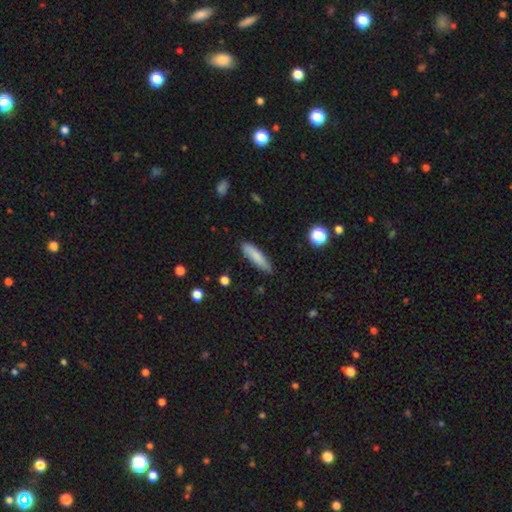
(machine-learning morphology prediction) A smooth galaxy with no disk features (82%) that is cigar-shaped (73%). Merging: none (83%).